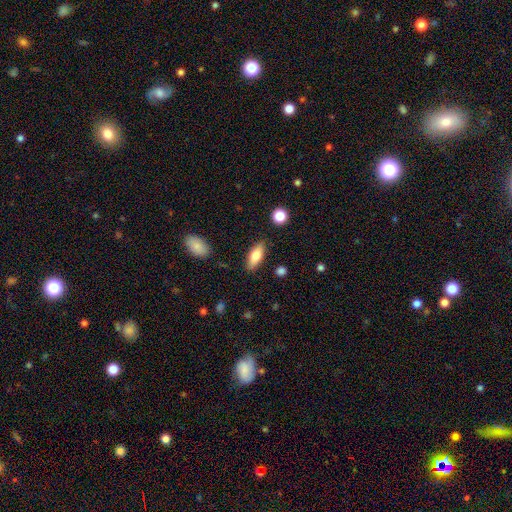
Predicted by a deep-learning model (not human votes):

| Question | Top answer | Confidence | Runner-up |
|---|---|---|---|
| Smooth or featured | smooth | 76% | featured or disk (17%) |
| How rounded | in between | 76% | cigar-shaped (22%) |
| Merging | none | 86% | minor disturbance (10%) |